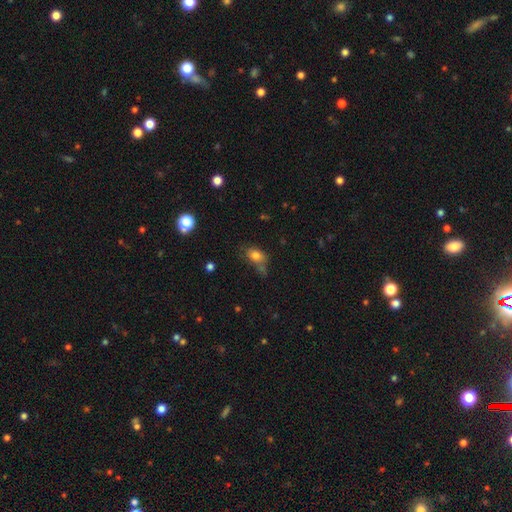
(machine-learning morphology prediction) This is likely a smooth galaxy (78%). How rounded: likely in between (75%). Merging: possibly none (53%).